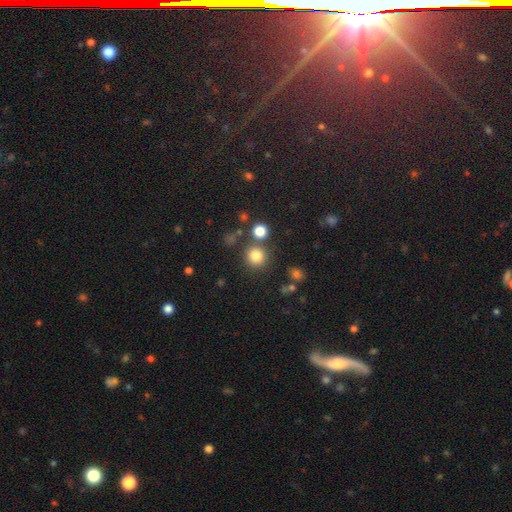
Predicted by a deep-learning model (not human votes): smooth-or-featured: smooth: 80% | star or artifact: 14% | featured or disk: 6%
  how-rounded: round: 92% | in between: 7% | cigar-shaped: 1%
  merging: none: 80% | merger: 9% | minor disturbance: 8% | major disturbance: 3%